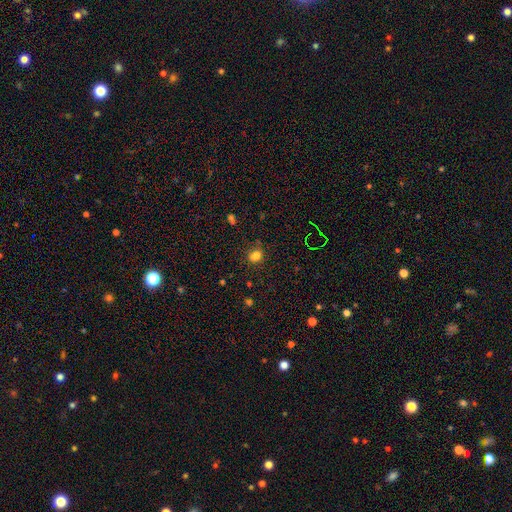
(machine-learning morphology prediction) The model was most divided on "how rounded": in between: 58%, round: 40%, cigar-shaped: 2%. More confident: smooth or featured — smooth (76%); merging — none (68%).